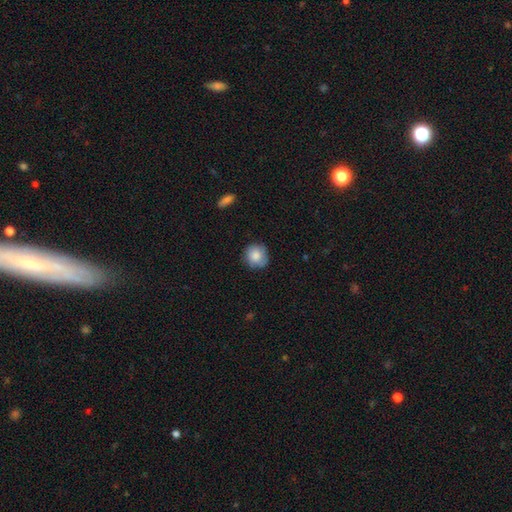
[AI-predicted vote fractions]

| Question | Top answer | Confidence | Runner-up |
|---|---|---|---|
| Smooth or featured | smooth | 82% | featured or disk (11%) |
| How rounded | round | 89% | in between (10%) |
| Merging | none | 76% | minor disturbance (19%) |